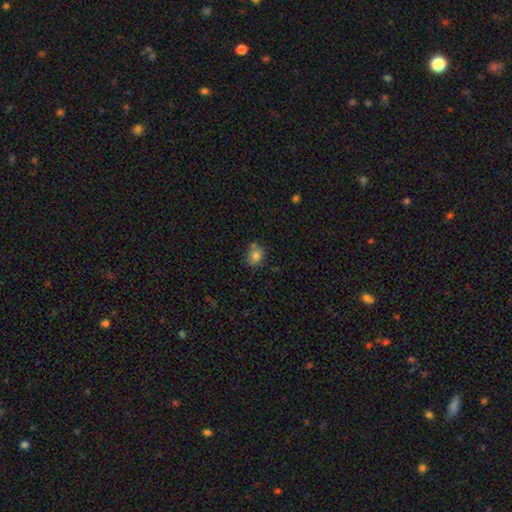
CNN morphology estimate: smooth-or-featured: smooth: 77% | featured or disk: 12% | star or artifact: 11%
  how-rounded: round: 53% | in between: 46% | cigar-shaped: 1%
  merging: none: 53% | minor disturbance: 24% | merger: 16% | major disturbance: 7%